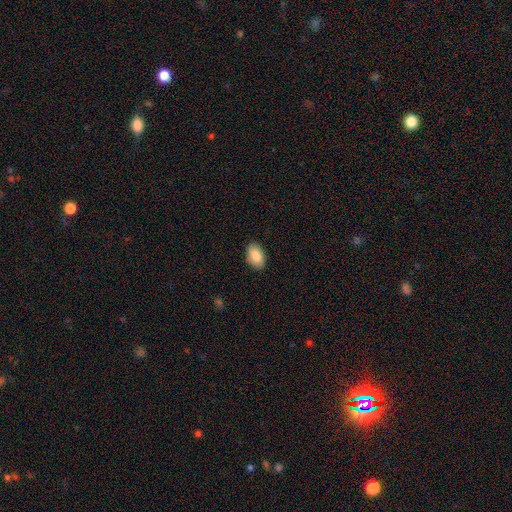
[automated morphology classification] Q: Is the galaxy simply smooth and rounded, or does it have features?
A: smooth — 86%.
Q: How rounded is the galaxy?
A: in between — 93%.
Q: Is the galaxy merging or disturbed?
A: none — 87%.